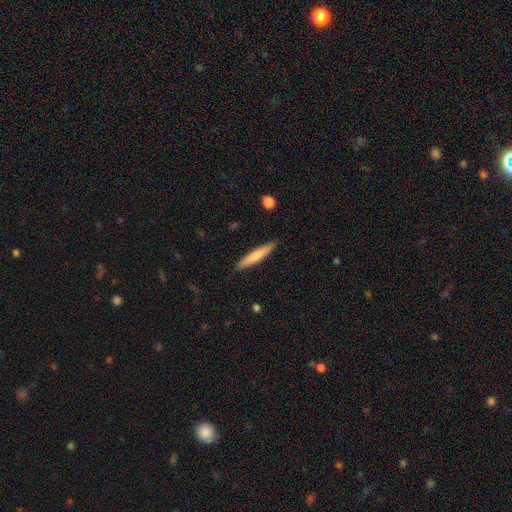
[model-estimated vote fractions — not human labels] Smooth or featured? smooth (70%)
How rounded? cigar-shaped (92%)
Merging? none (90%)